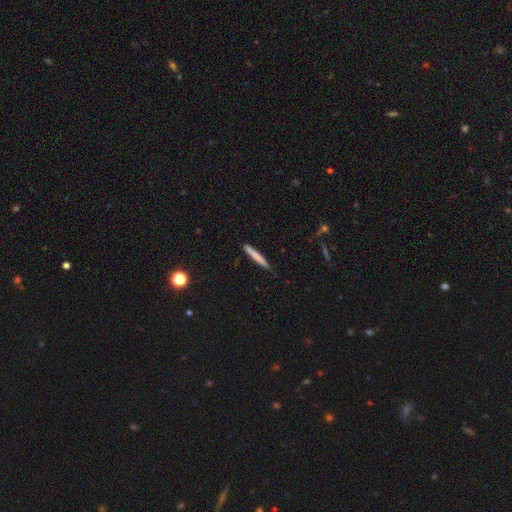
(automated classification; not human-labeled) Morphology: type=smooth (75%); roundness=cigar-shaped (96%); merging=none (87%).